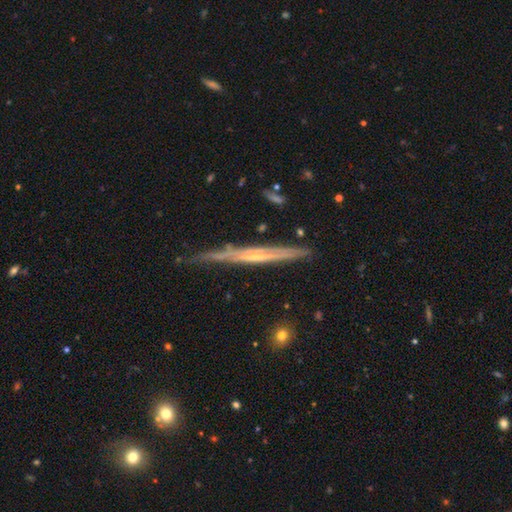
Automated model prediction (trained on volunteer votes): featured or disk 73%, smooth 21%, star or artifact 6%. Down the decision tree: edge-on disk — yes (95%); edge-on bulge — none (60%); merging — none (72%).